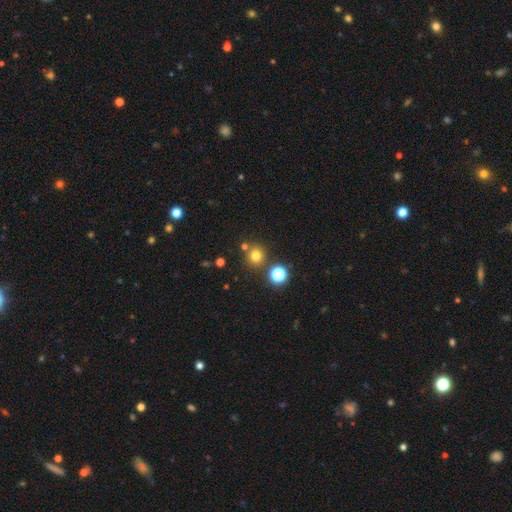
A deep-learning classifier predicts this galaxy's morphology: Smooth or featured: smooth — 74% (star or artifact — 20%)
How rounded: round — 92% (in between — 7%)
Merging: none — 80% (merger — 9%)